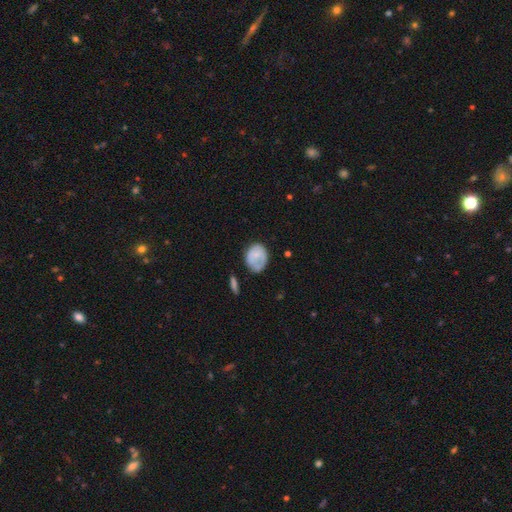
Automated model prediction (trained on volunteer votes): This is likely a smooth galaxy (69%). How rounded: possibly in between (54%). Merging: possibly none (52%).